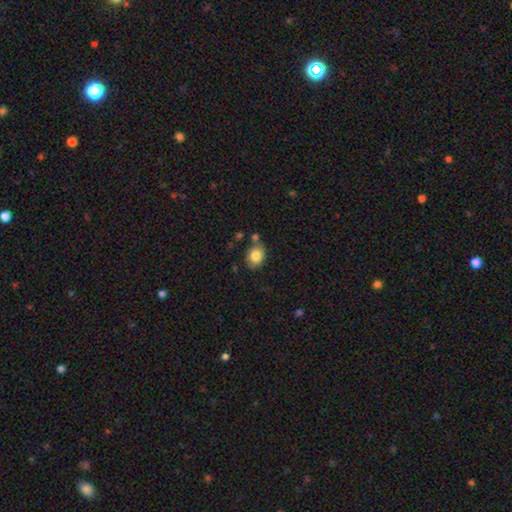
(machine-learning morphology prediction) The model was most divided on "how rounded": in between: 52%, round: 47%, cigar-shaped: 1%. More confident: smooth or featured — smooth (82%); merging — none (70%).